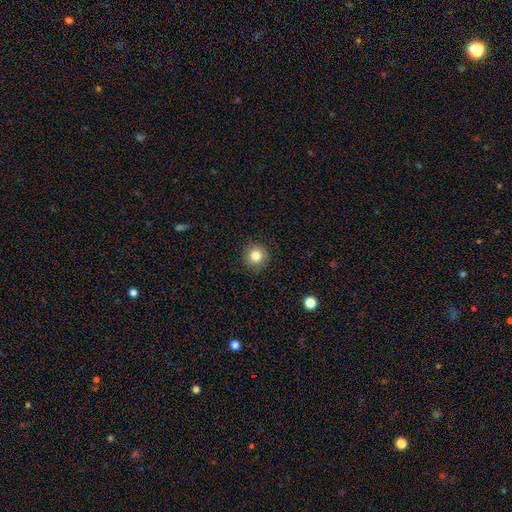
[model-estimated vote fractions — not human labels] Morphology: type=smooth (82%); roundness=round (93%); merging=none (89%).